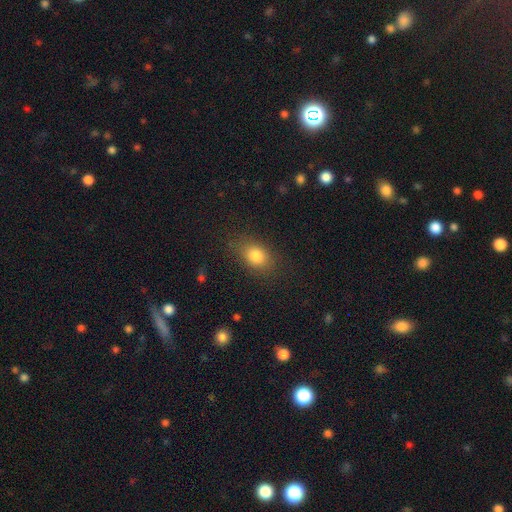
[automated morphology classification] Smooth or featured? Predicted: smooth (p=0.82). How rounded? Predicted: in between (p=0.70). Merging? Predicted: none (p=0.78).